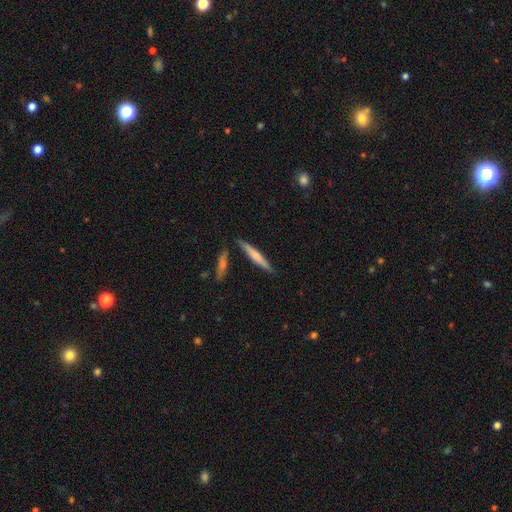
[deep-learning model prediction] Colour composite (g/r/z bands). It shows a smooth galaxy with no disk features (59%) that is cigar-shaped (92%). Merging: none (82%).